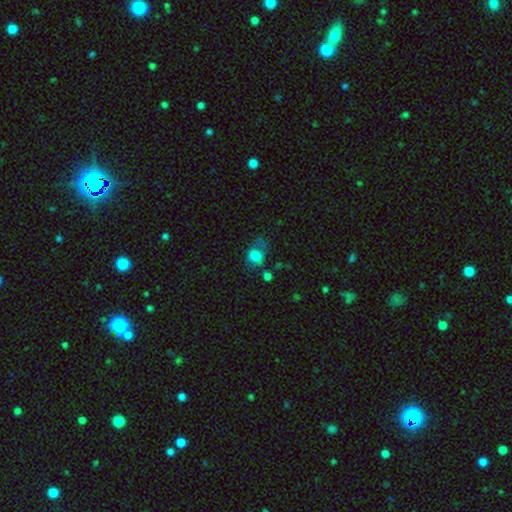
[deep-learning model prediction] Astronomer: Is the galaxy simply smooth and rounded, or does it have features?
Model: smooth — 70%.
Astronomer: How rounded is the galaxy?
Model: in between — 59% (runner-up: round, 39%).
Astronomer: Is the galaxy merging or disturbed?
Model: none — 42% (runner-up: minor disturbance, 28%).